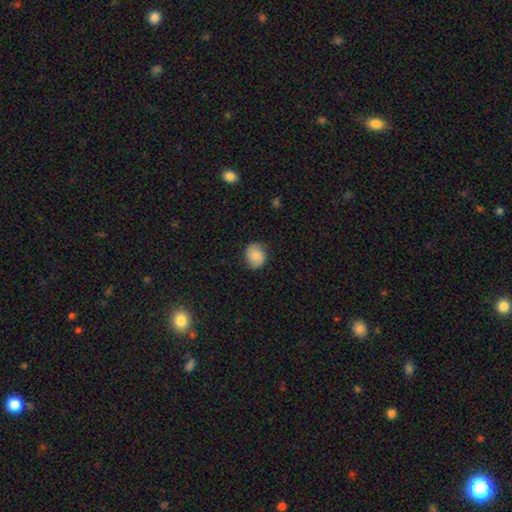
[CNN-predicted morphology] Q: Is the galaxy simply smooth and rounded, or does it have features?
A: smooth — 77%.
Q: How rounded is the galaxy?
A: round — 64%.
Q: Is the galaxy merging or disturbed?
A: none — 80%.